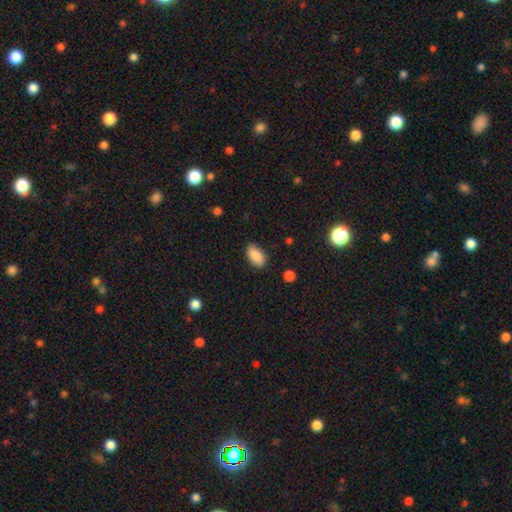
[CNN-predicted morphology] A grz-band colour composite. It shows a smooth galaxy with no disk features (86%) that is in between round and cigar-shaped (93%). Merging: none (82%).